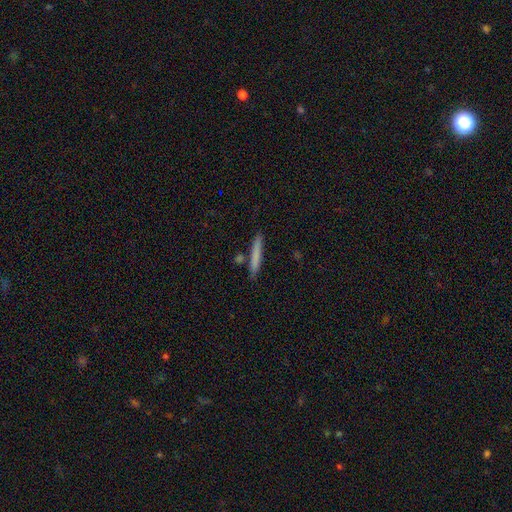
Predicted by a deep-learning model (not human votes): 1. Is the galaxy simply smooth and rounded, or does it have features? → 75% smooth, 19% featured or disk, 6% star or artifact.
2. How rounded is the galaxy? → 95% cigar-shaped, 4% in between, 1% round.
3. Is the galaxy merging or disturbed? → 82% none, 10% minor disturbance, 6% merger, 2% major disturbance.